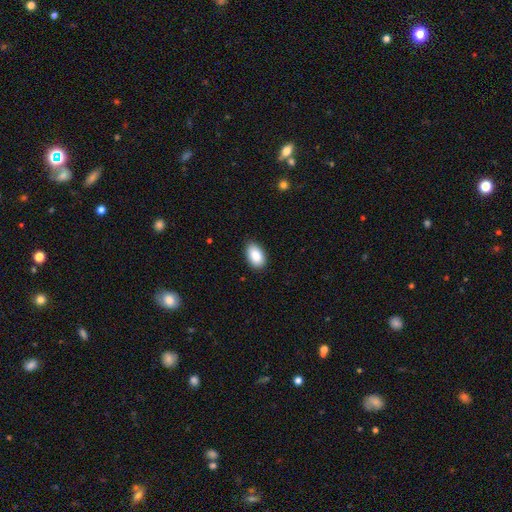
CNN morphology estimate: Smooth or featured?
  - smooth: 89% *
  - star or artifact: 7%
  - featured or disk: 5%
How rounded?
  - in between: 94% *
  - round: 5%
  - cigar-shaped: 1%
Merging?
  - none: 86% *
  - minor disturbance: 11%
  - major disturbance: 2%
  - merger: 1%